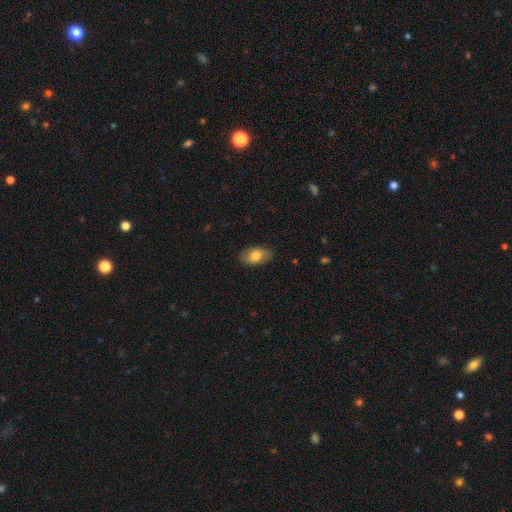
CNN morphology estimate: This appears to be a smooth galaxy with no disk features (74%) that is in between round and cigar-shaped (91%). Merging: none (83%).